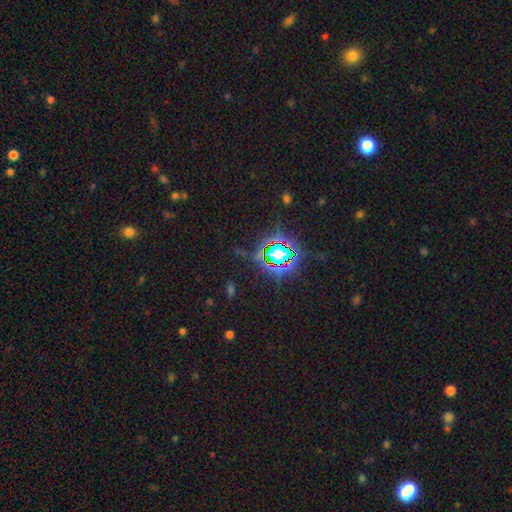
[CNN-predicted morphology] A star or artifact, not a galaxy (81%).

Vote fractions:
- Smooth or featured? star or artifact: 81% / smooth: 11% / featured or disk: 7%